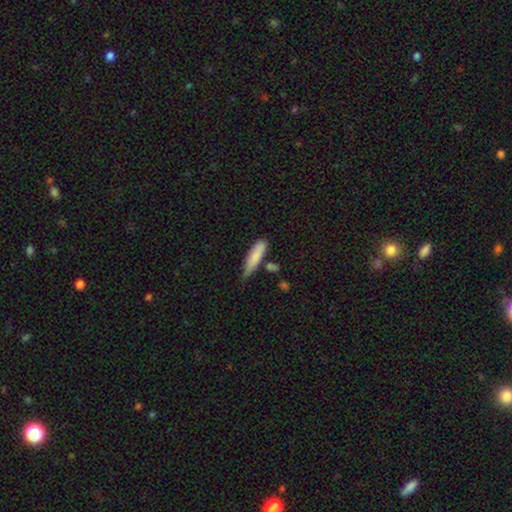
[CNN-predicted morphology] smooth-or-featured: smooth: 82% | featured or disk: 12% | star or artifact: 6%
  how-rounded: cigar-shaped: 68% | in between: 31% | round: 2%
  merging: none: 48% | minor disturbance: 37% | merger: 8% | major disturbance: 7%